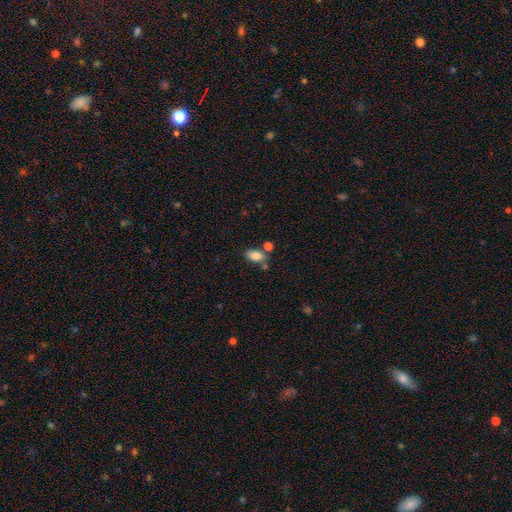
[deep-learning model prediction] smooth-or-featured: smooth: 83% | star or artifact: 9% | featured or disk: 8%
  how-rounded: in between: 90% | round: 7% | cigar-shaped: 3%
  merging: none: 61% | merger: 19% | minor disturbance: 15% | major disturbance: 5%